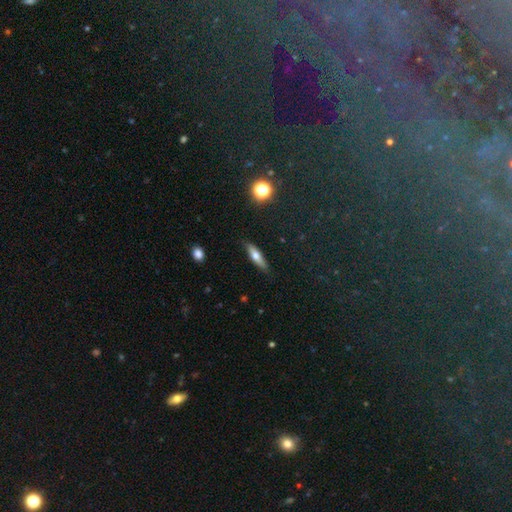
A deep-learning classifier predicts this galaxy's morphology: smooth_or_featured: smooth (p=0.55) [alt: featured or disk p=0.37]
how_rounded: cigar-shaped (p=0.63) [alt: in between p=0.35]
merging: none (p=0.83) [alt: minor disturbance p=0.13]